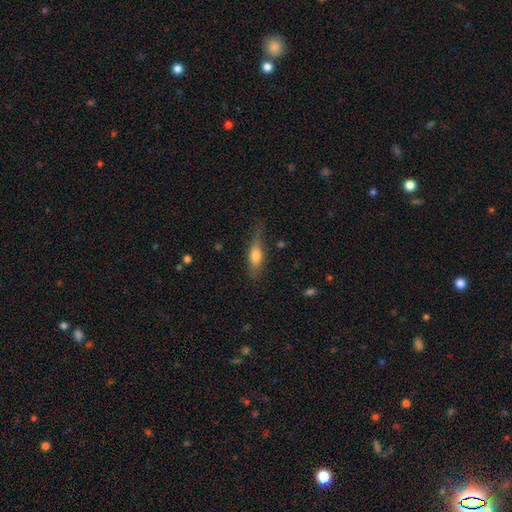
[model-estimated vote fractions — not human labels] Q: Smooth or featured?
A: smooth (63%); runner-up: featured or disk (30%)
Q: How rounded?
A: in between (51%); runner-up: cigar-shaped (46%)
Q: Merging?
A: none (63%); runner-up: minor disturbance (26%)